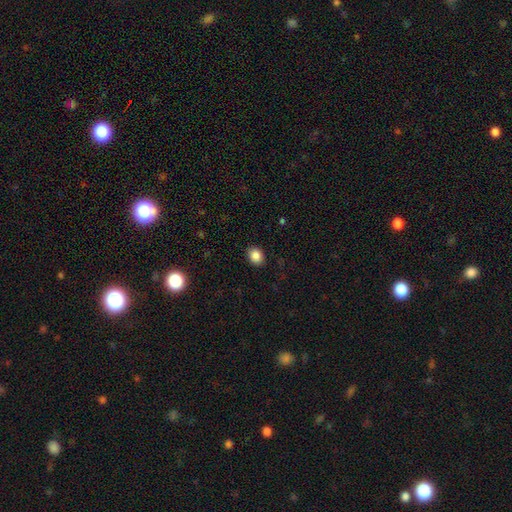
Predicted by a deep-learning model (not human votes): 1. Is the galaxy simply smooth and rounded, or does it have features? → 85% smooth, 10% star or artifact, 6% featured or disk.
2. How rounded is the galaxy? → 53% in between, 46% round, 1% cigar-shaped.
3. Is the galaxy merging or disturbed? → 90% none, 7% minor disturbance, 2% major disturbance, 1% merger.